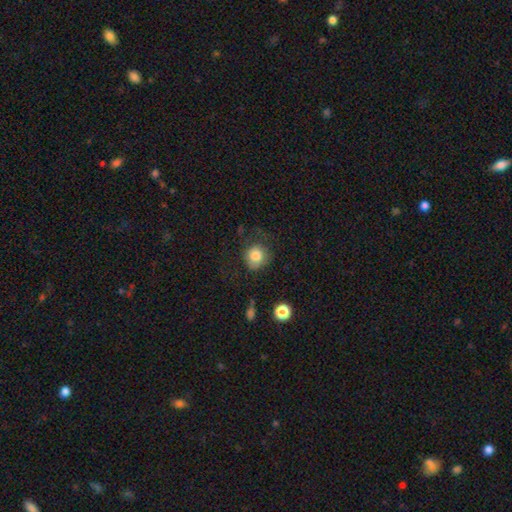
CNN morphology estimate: This appears to be a smooth galaxy with no disk features (81%) that is round (85%). Merging: none (61%).